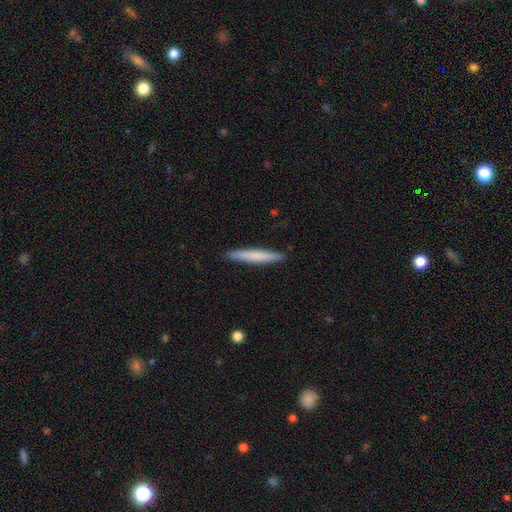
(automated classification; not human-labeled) smooth_or_featured: smooth (p=0.71) [alt: featured or disk p=0.24]
how_rounded: cigar-shaped (p=0.96) [alt: in between p=0.03]
merging: none (p=0.92) [alt: minor disturbance p=0.06]